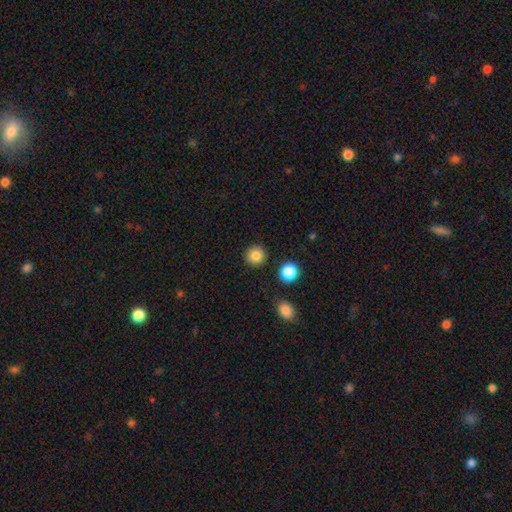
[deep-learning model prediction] This appears to be a smooth galaxy with no disk features (84%) that is round (94%). Merging: none (91%).